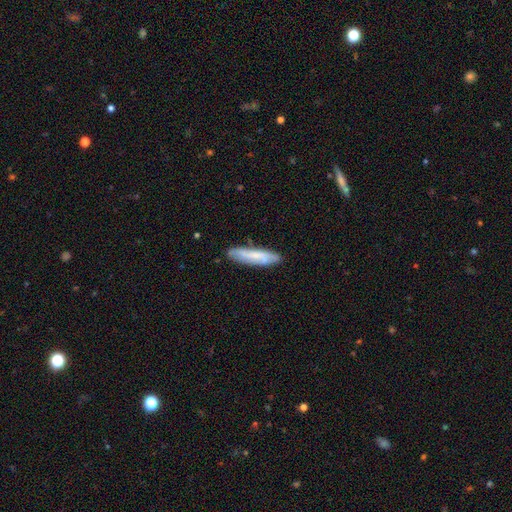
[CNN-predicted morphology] A smooth galaxy with no disk features (55%) that is cigar-shaped (77%).

Vote fractions:
- Smooth or featured? smooth: 55% / featured or disk: 38% / star or artifact: 7%
- How rounded? cigar-shaped: 77% / in between: 21% / round: 1%
- Merging? none: 79% / minor disturbance: 16% / major disturbance: 3% / merger: 2%